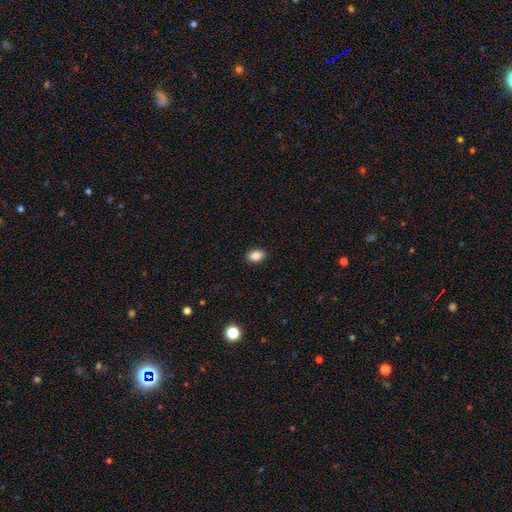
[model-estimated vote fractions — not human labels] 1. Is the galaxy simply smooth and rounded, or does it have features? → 87% smooth, 9% star or artifact, 5% featured or disk.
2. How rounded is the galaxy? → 86% in between, 12% round, 1% cigar-shaped.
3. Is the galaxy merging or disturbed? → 90% none, 7% minor disturbance, 2% major disturbance, 1% merger.